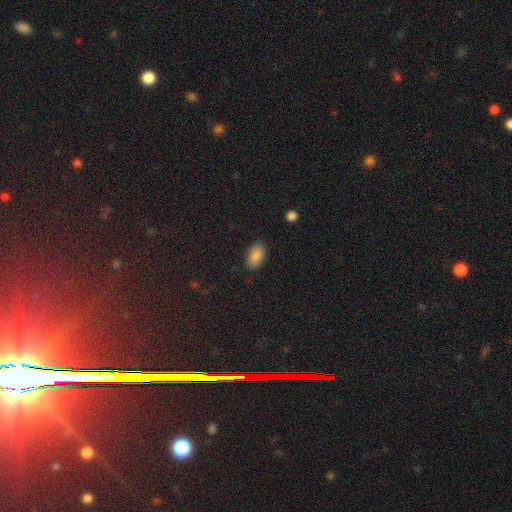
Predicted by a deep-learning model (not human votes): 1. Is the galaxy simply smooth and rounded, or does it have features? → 87% smooth, 8% star or artifact, 5% featured or disk.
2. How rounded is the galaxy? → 93% in between, 4% round, 2% cigar-shaped.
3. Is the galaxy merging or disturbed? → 85% none, 11% minor disturbance, 3% major disturbance, 1% merger.